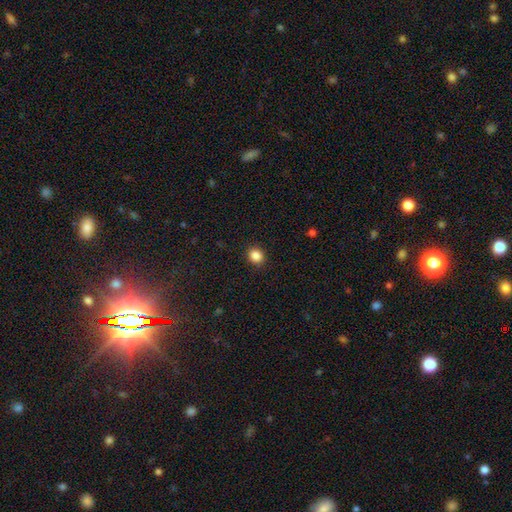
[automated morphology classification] A smooth galaxy with no disk features (86%) that is round (77%).

Vote fractions:
- Smooth or featured? smooth: 86% / star or artifact: 10% / featured or disk: 3%
- How rounded? round: 77% / in between: 23% / cigar-shaped: 1%
- Merging? none: 91% / minor disturbance: 6% / major disturbance: 2% / merger: 1%